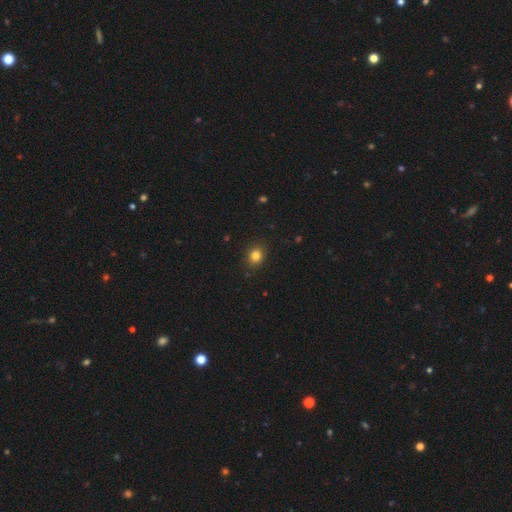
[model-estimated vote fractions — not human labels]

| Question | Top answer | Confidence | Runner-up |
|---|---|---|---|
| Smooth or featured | smooth | 82% | star or artifact (12%) |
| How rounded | round | 68% | in between (32%) |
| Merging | none | 89% | minor disturbance (8%) |